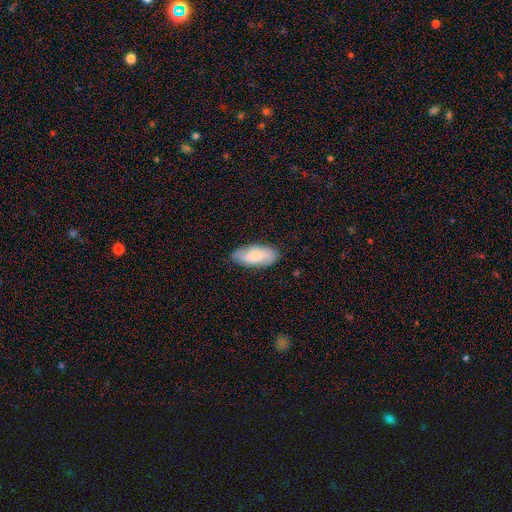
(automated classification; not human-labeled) smooth_or_featured: smooth (p=0.69) [alt: featured or disk p=0.25]
how_rounded: in between (p=0.87) [alt: cigar-shaped p=0.11]
merging: none (p=0.81) [alt: minor disturbance p=0.15]